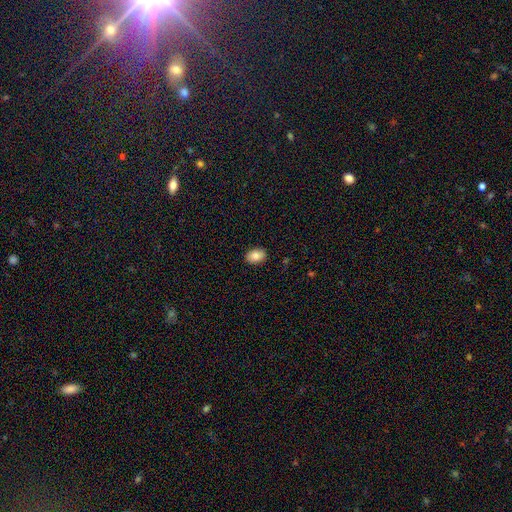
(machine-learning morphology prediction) This is clearly a smooth galaxy (85%). How rounded: likely in between (77%). Merging: clearly none (90%).